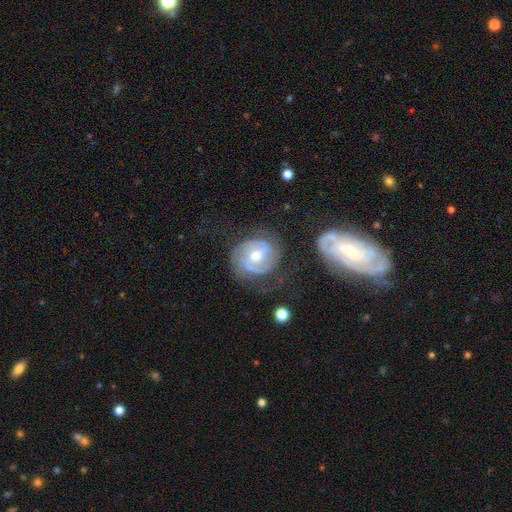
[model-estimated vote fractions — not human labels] This appears to be a featured or disk galaxy (83%) with a weak bar (46%), 2 (56%) tight (45%) spiral arms (93%) and a moderate central bulge (68%). Merging: none (64%).